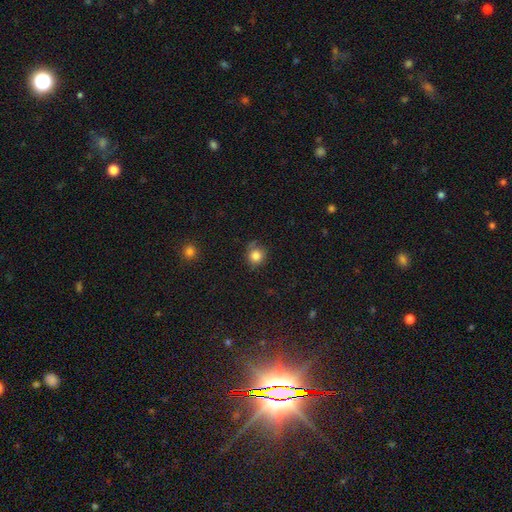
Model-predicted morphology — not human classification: Smooth or featured? Predicted: smooth (p=0.83). How rounded? Predicted: round (p=0.88). Merging? Predicted: none (p=0.73).